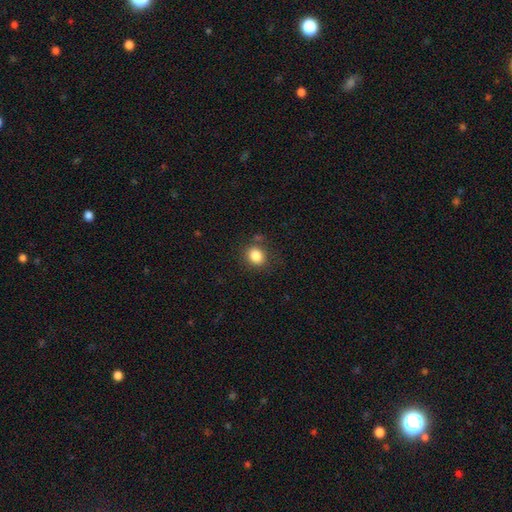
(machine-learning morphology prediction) This is clearly a smooth galaxy (85%). How rounded: likely round (67%). Merging: clearly none (80%).